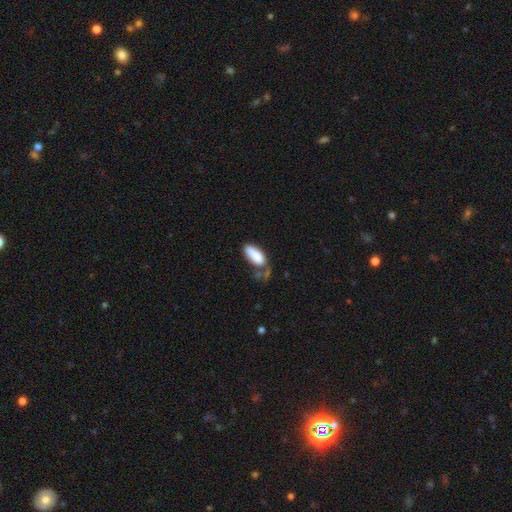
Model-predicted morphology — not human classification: smooth-or-featured: smooth: 81% | featured or disk: 12% | star or artifact: 7%
  how-rounded: in between: 82% | cigar-shaped: 16% | round: 2%
  merging: none: 33% | minor disturbance: 28% | major disturbance: 21% | merger: 17%